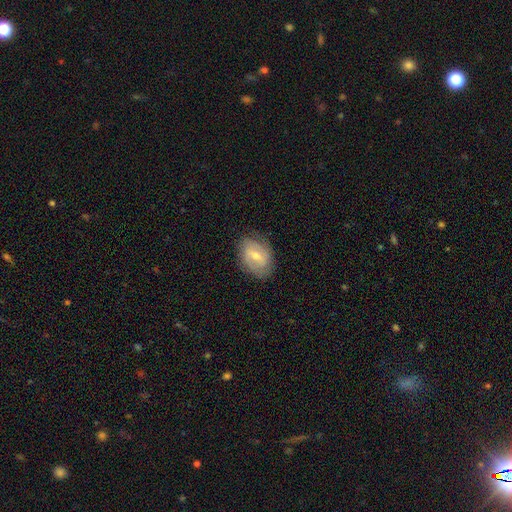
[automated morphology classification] smooth-or-featured: featured or disk: 52% | smooth: 41% | star or artifact: 7%
  disk-edge-on: no: 94% | yes: 6%
  merging: none: 75% | minor disturbance: 18% | major disturbance: 5% | merger: 1%